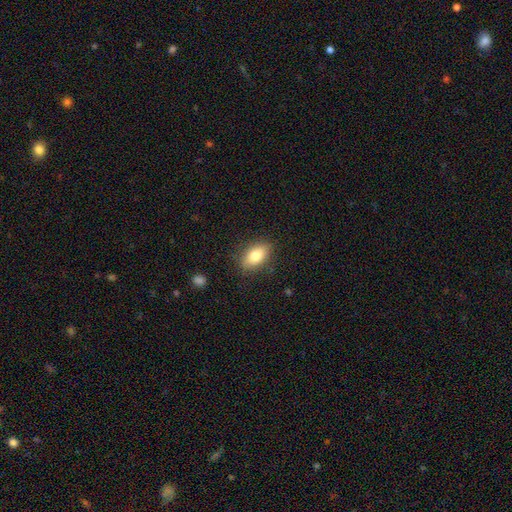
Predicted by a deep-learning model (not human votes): Overall: smooth (79%). How rounded: in between (88%). Merging: none (84%).